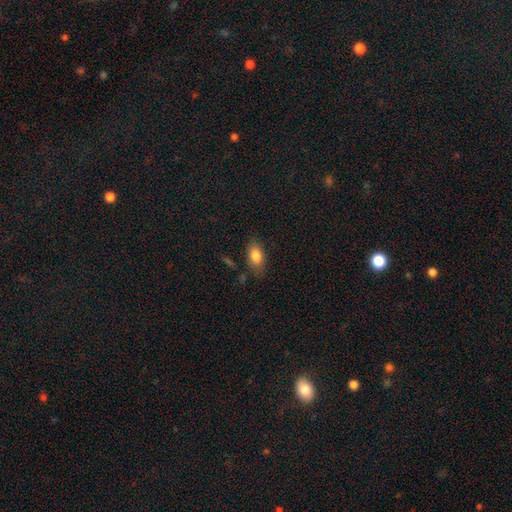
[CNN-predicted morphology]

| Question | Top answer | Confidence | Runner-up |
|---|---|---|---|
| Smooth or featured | smooth | 82% | featured or disk (11%) |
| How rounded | in between | 89% | round (7%) |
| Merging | none | 74% | minor disturbance (18%) |